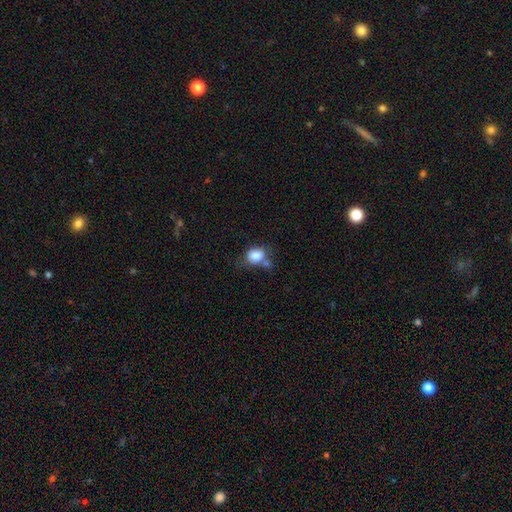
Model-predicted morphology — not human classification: smooth 82%, star or artifact 10%, featured or disk 8%. Down the decision tree: how rounded — round (52%); merging — none (48%).